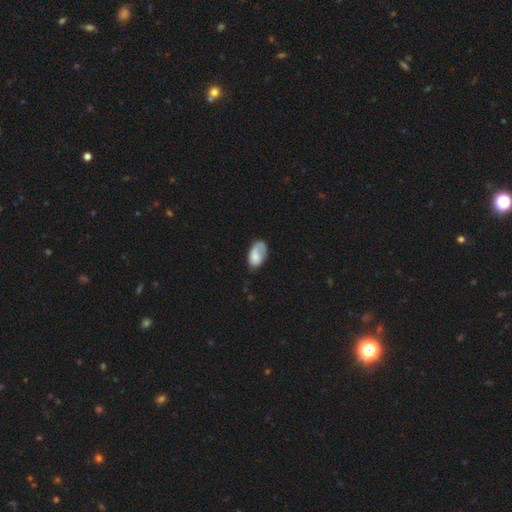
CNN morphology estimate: Overall: smooth (68%). How rounded: in between (93%). Merging: none (48%; minor disturbance 30%).